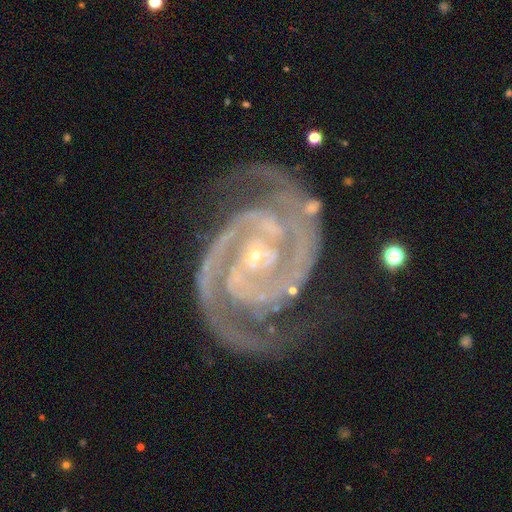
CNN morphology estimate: smooth_or_featured: featured or disk (p=0.94) [alt: star or artifact p=0.04]
disk_edge_on: no (p=0.98) [alt: yes p=0.02]
bar: no (p=0.44) [alt: weak p=0.29]
has_spiral_arms: yes (p=0.99) [alt: no p=0.01]
spiral_winding: tight (p=0.67) [alt: medium p=0.29]
spiral_arm_count: 2 (p=0.84) [alt: 3 p=0.06]
bulge_size: small (p=0.84) [alt: moderate p=0.12]
merging: none (p=0.73) [alt: minor disturbance p=0.18]